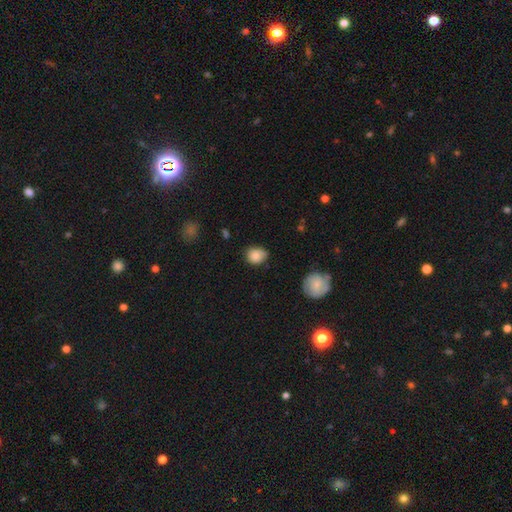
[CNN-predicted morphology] type=smooth (84%); roundness=round (61%); merging=none (62%).